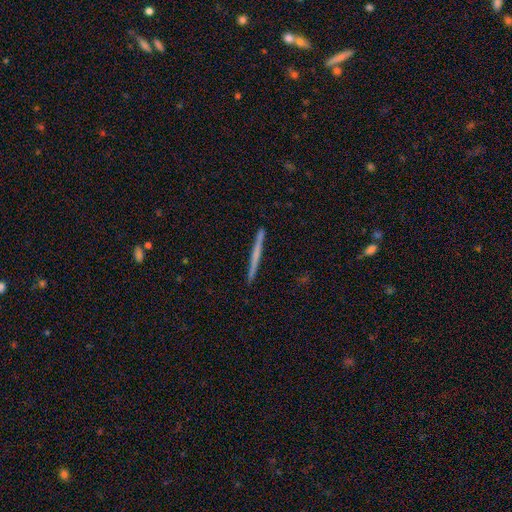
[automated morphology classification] Smooth or featured? featured or disk (48%)
Merging? none (91%)